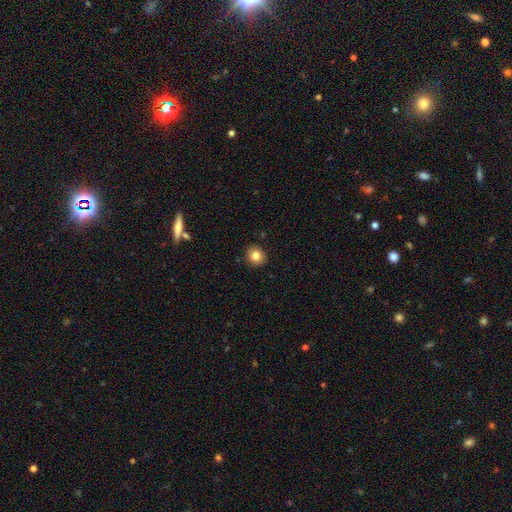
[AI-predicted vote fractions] Smooth or featured?
  - smooth: 82% *
  - star or artifact: 11%
  - featured or disk: 7%
How rounded?
  - round: 89% *
  - in between: 10%
  - cigar-shaped: 1%
Merging?
  - none: 91% *
  - minor disturbance: 6%
  - major disturbance: 2%
  - merger: 1%